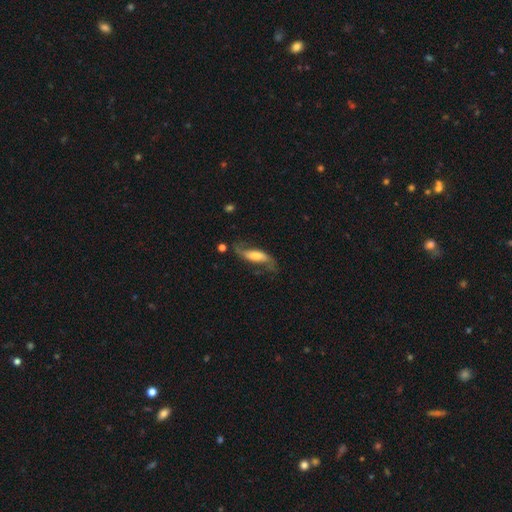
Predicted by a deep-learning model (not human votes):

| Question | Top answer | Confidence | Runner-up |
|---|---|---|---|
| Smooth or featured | featured or disk | 68% | smooth (26%) |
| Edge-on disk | no | 83% | yes (17%) |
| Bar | no | 36% | weak (34%) |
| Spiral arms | yes | 91% | no (9%) |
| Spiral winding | loose | 78% | medium (17%) |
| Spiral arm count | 2 | 89% | 1 (4%) |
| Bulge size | moderate | 37% | small (24%) |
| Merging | none | 60% | minor disturbance (22%) |